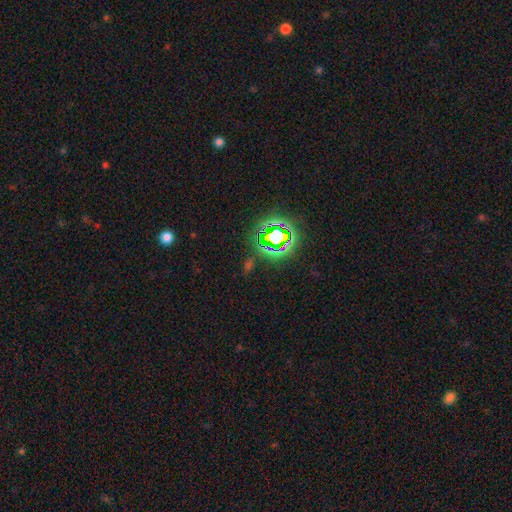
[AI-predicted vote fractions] This is likely a star or artifact rather than a galaxy (78%).